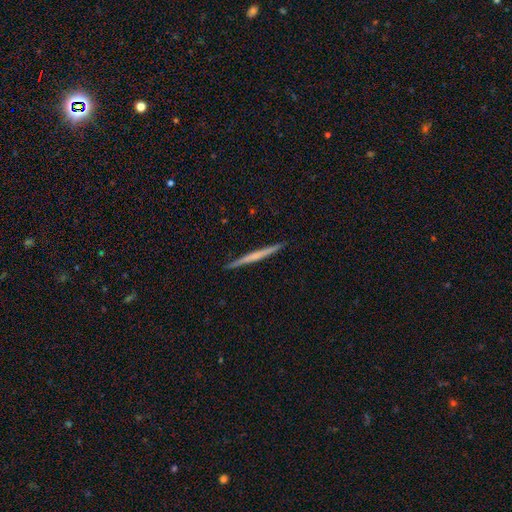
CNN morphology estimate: Q: Smooth or featured?
A: featured or disk (56%); runner-up: smooth (39%)
Q: Edge-on disk?
A: yes (98%); runner-up: no (2%)
Q: Edge-on bulge?
A: none (75%); runner-up: rounded (18%)
Q: Merging?
A: none (92%); runner-up: minor disturbance (5%)